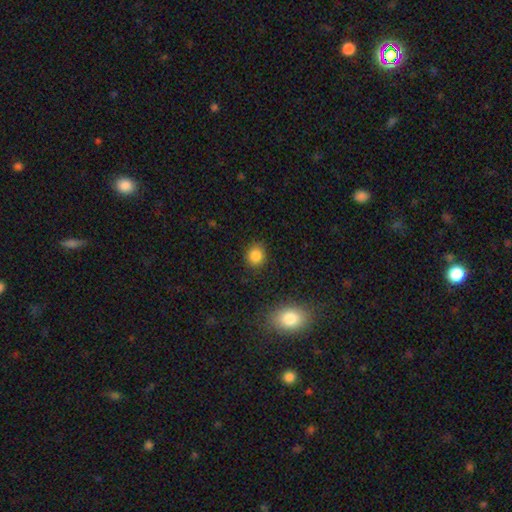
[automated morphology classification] smooth_or_featured: smooth (p=0.85) [alt: star or artifact p=0.11]
how_rounded: round (p=0.81) [alt: in between p=0.18]
merging: none (p=0.87) [alt: minor disturbance p=0.09]